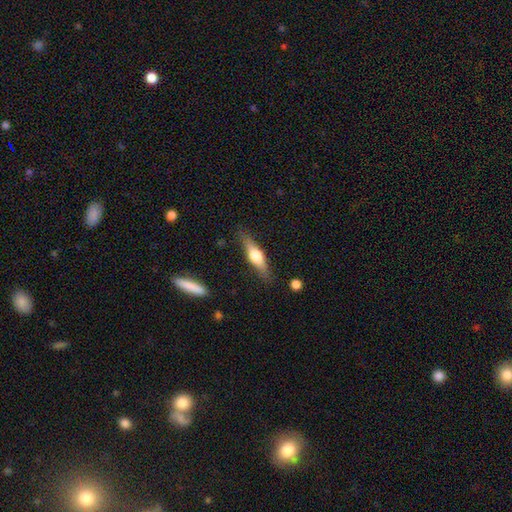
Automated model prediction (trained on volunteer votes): Smooth or featured? Predicted: featured or disk (p=0.55). Edge-on disk? Predicted: yes (p=0.94). Edge-on bulge? Predicted: rounded (p=0.91). Merging? Predicted: none (p=0.82).